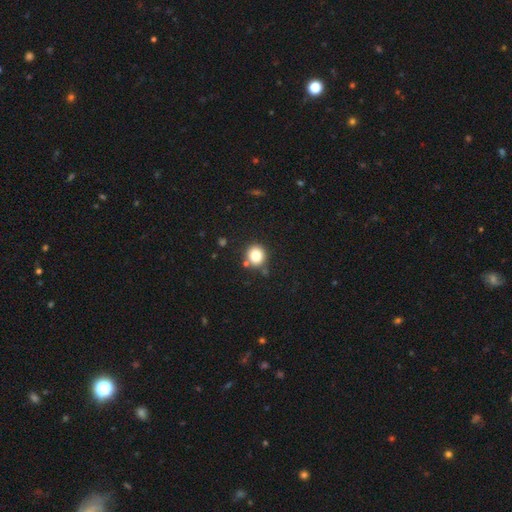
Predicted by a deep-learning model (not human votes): Smooth or featured?
  - smooth: 81% *
  - star or artifact: 11%
  - featured or disk: 7%
How rounded?
  - round: 86% *
  - in between: 14%
  - cigar-shaped: 1%
Merging?
  - none: 81% *
  - minor disturbance: 10%
  - merger: 6%
  - major disturbance: 3%